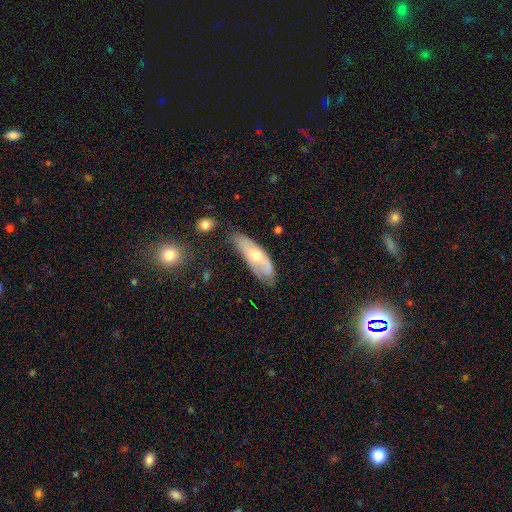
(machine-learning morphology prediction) Overall: featured or disk (48%; smooth 46%). Merging: none (55%; minor disturbance 31%).